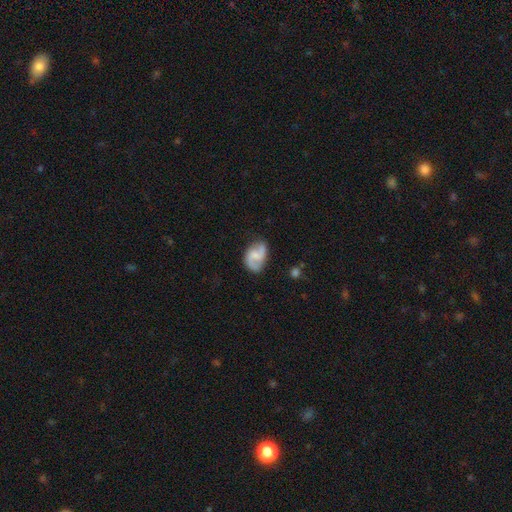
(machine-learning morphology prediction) featured or disk 72%, smooth 22%, star or artifact 6%. Down the decision tree: edge-on disk — no (98%); bar — no (46%); spiral arms — yes (93%); spiral arm count — 2 (88%); spiral winding — loose (46%); bulge size — small (38%); merging — none (67%).